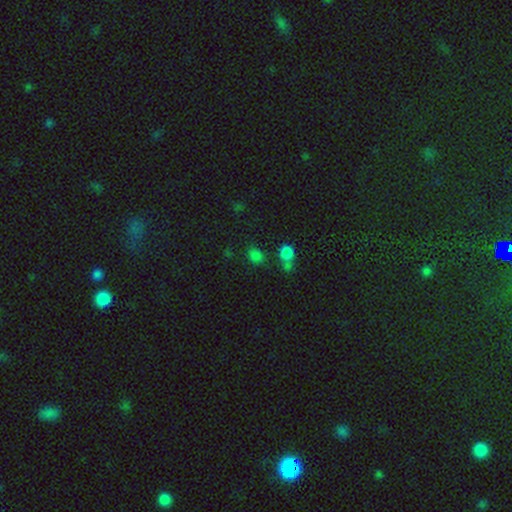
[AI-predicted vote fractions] Smooth or featured? smooth (75%)
How rounded? round (55%)
Merging? none (65%)